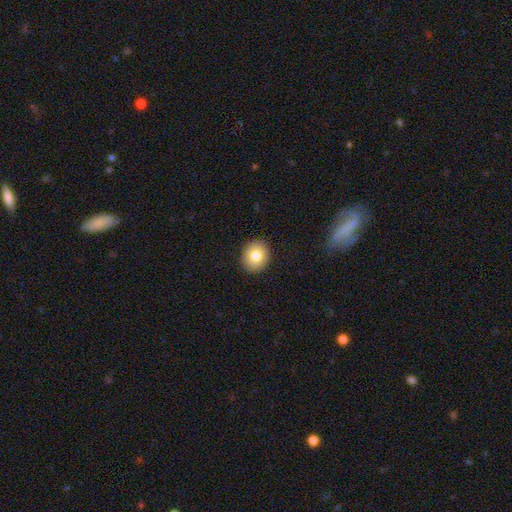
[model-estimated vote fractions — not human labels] The model was most divided on "how rounded": round: 65%, in between: 34%, cigar-shaped: 1%. More confident: merging — none (91%); smooth or featured — smooth (80%).